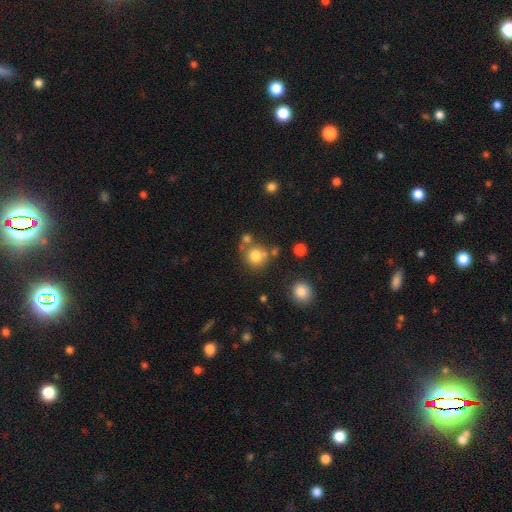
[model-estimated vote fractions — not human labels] Overall: smooth (78%). How rounded: round (88%). Merging: none (59%; merger 22%).